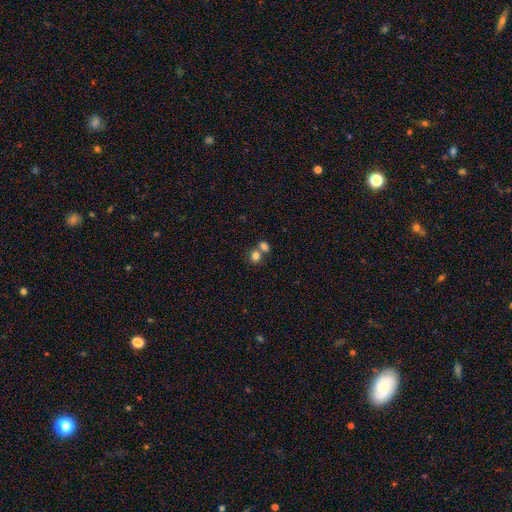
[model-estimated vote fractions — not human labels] This is likely a smooth galaxy (79%). How rounded: likely round (69%). Merging: possibly merger (49%).